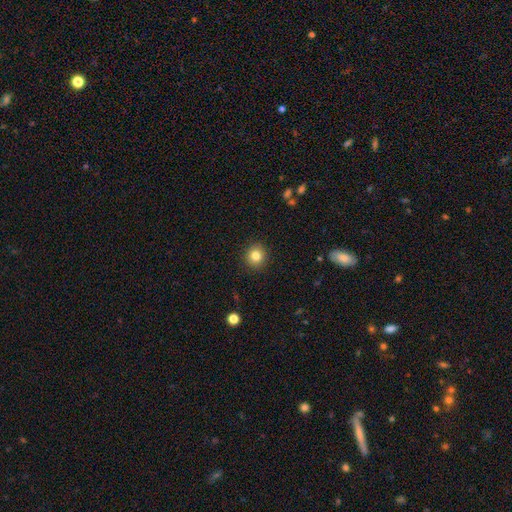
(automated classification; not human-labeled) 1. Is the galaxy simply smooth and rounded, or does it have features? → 82% smooth, 11% star or artifact, 7% featured or disk.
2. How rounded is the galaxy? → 91% round, 8% in between, 1% cigar-shaped.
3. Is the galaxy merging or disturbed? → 92% none, 5% minor disturbance, 2% major disturbance, 1% merger.